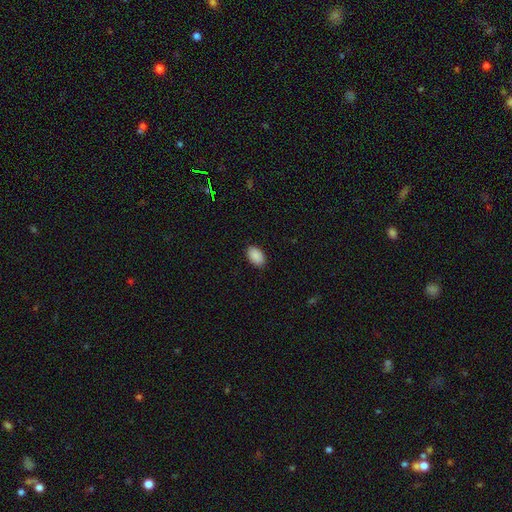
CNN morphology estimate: This is clearly a smooth galaxy (90%). How rounded: clearly in between (92%). Merging: clearly none (88%).